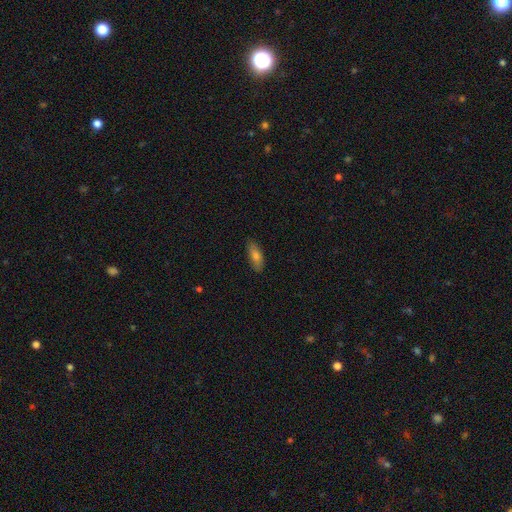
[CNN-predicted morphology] Q: Smooth or featured?
A: smooth (75%); runner-up: featured or disk (18%)
Q: How rounded?
A: in between (74%); runner-up: cigar-shaped (23%)
Q: Merging?
A: none (86%); runner-up: minor disturbance (11%)